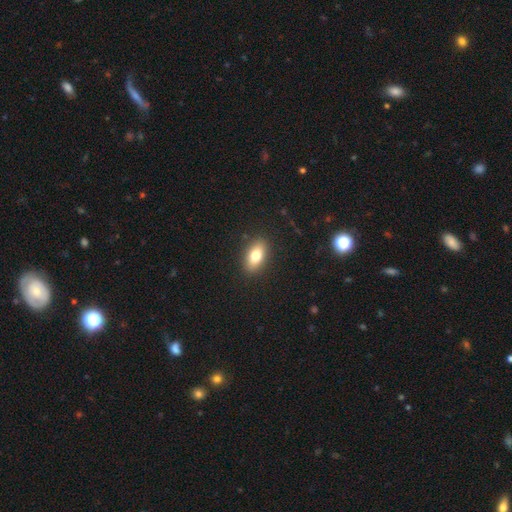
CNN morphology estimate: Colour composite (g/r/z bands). It shows a smooth galaxy with no disk features (78%) that is in between round and cigar-shaped (88%). Merging: none (88%).